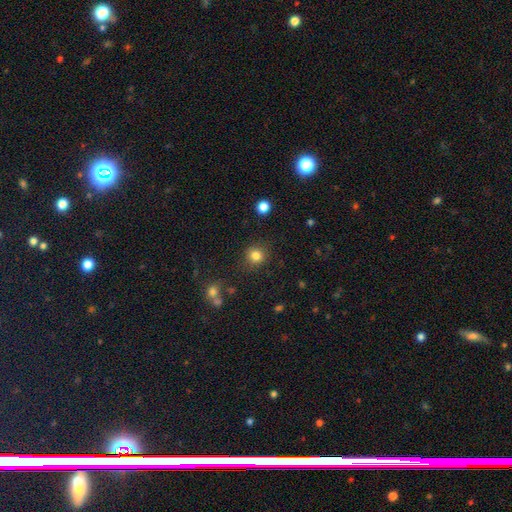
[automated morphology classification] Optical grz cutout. It shows a smooth galaxy with no disk features (83%) that is round (90%). Merging: none (86%).